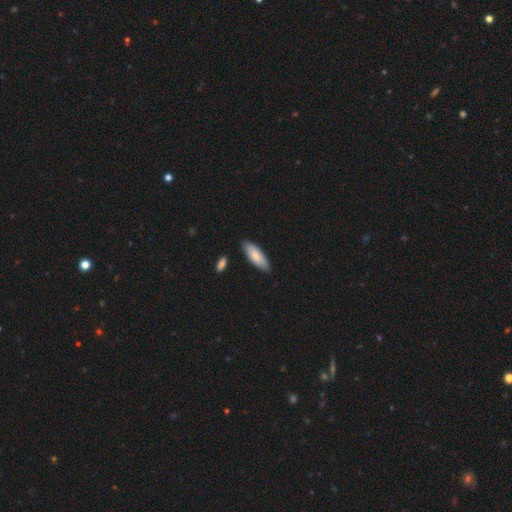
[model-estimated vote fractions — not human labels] This appears to be a smooth galaxy with no disk features (82%) that is in between round and cigar-shaped (65%). Merging: none (84%).